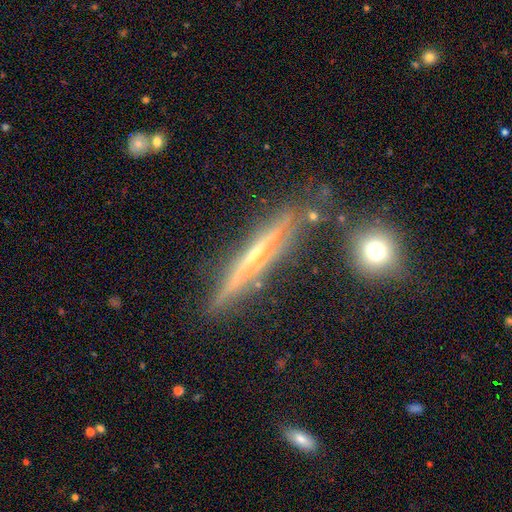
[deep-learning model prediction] Smooth or featured? Predicted: featured or disk (p=0.79). Edge-on disk? Predicted: yes (p=0.95). Edge-on bulge? Predicted: rounded (p=0.65). Merging? Predicted: none (p=0.81).